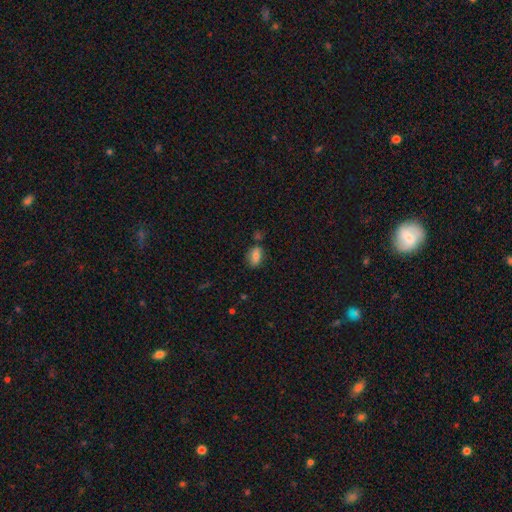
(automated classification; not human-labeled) Smooth or featured? Predicted: smooth (p=0.73). How rounded? Predicted: in between (p=0.83). Merging? Predicted: none (p=0.69).